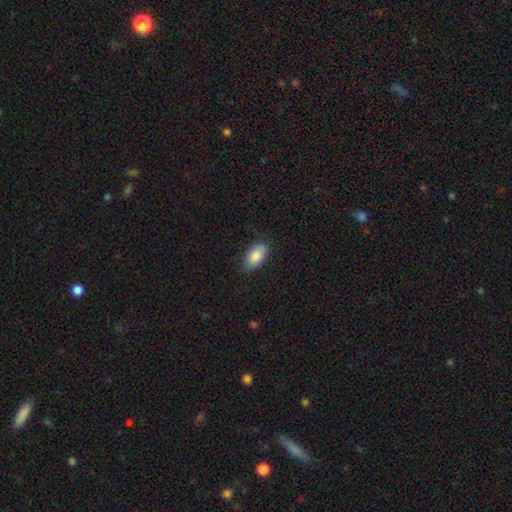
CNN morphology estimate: Smooth or featured? smooth (86%)
How rounded? in between (93%)
Merging? none (80%)